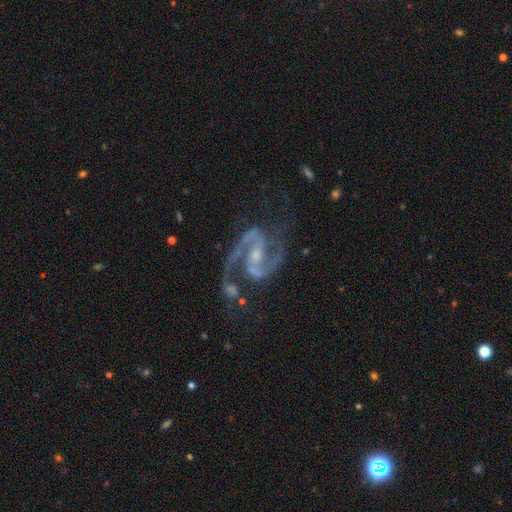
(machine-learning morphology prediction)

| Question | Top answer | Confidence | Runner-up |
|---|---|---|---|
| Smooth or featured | featured or disk | 93% | star or artifact (4%) |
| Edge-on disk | no | 98% | yes (2%) |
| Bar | weak | 44% | strong (32%) |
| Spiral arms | yes | 99% | no (1%) |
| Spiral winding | medium | 65% | loose (18%) |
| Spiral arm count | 2 | 94% | 3 (1%) |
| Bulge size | small | 59% | moderate (32%) |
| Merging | none | 62% | minor disturbance (19%) |